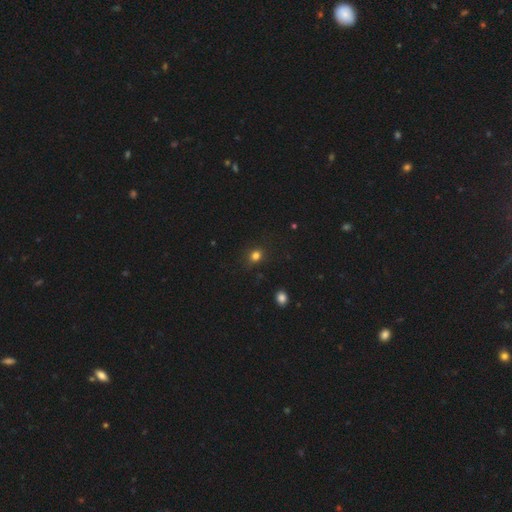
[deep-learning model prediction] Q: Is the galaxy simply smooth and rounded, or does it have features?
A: smooth — 80%.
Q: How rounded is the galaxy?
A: round — 63%.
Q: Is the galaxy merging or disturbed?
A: none — 82%.